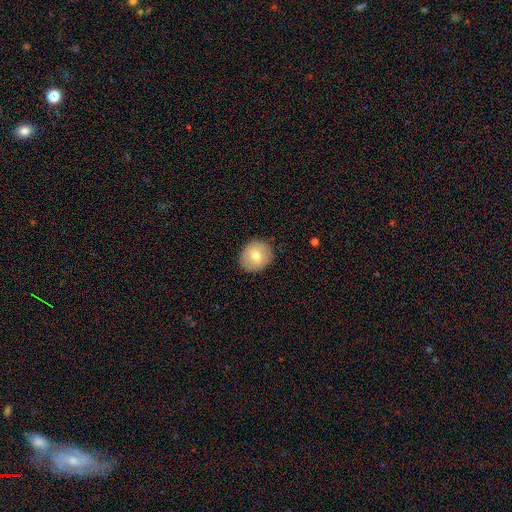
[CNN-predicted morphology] A smooth galaxy with no disk features (70%) that is round (81%).

Vote fractions:
- Smooth or featured? smooth: 70% / featured or disk: 22% / star or artifact: 8%
- How rounded? round: 81% / in between: 18% / cigar-shaped: 1%
- Merging? none: 88% / minor disturbance: 9% / major disturbance: 2% / merger: 1%